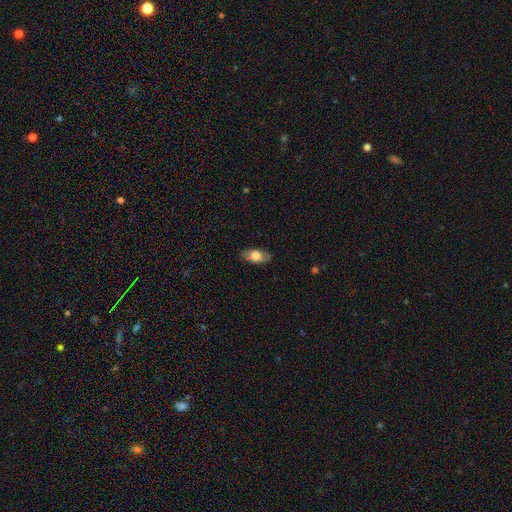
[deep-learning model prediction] This appears to be a smooth galaxy with no disk features (64%) that is in between round and cigar-shaped (89%). Merging: none (81%).